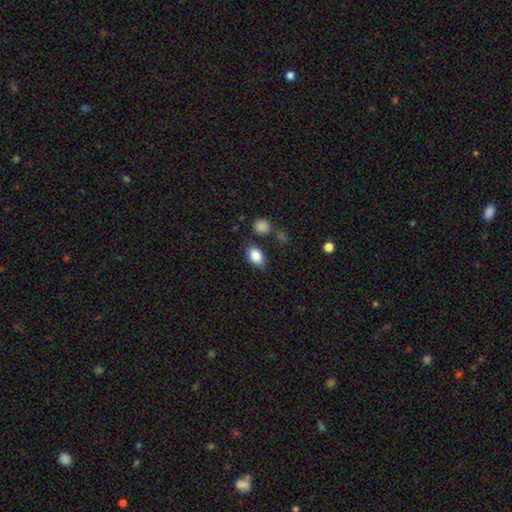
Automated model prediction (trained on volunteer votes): Morphology: type=smooth (86%); roundness=in between (87%); merging=none (74%).